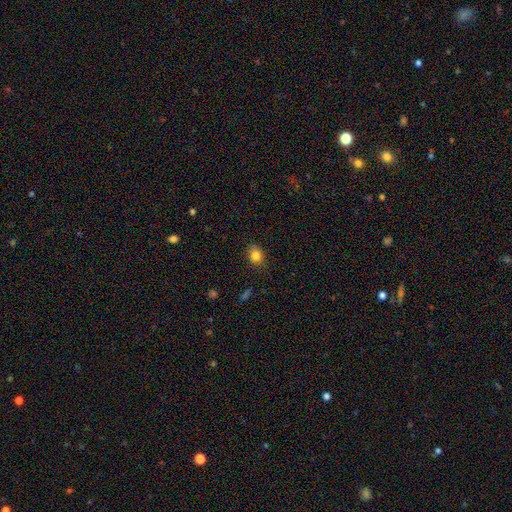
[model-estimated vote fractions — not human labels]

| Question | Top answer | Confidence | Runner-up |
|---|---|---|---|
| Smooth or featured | smooth | 82% | star or artifact (11%) |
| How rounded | in between | 59% | round (40%) |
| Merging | none | 80% | minor disturbance (15%) |